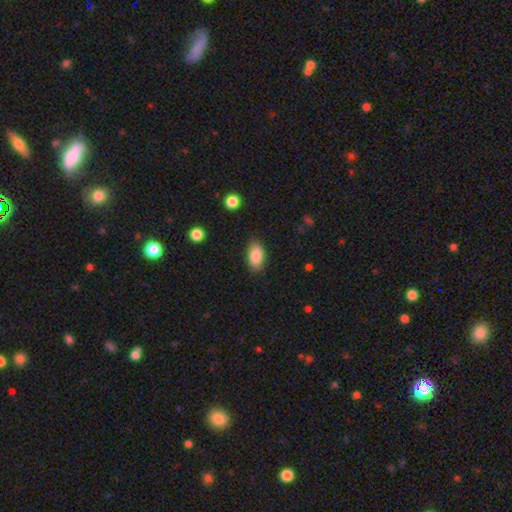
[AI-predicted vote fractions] Smooth or featured?
  - smooth: 86% *
  - star or artifact: 7%
  - featured or disk: 7%
How rounded?
  - in between: 92% *
  - round: 4%
  - cigar-shaped: 3%
Merging?
  - none: 83% *
  - minor disturbance: 13%
  - major disturbance: 3%
  - merger: 1%